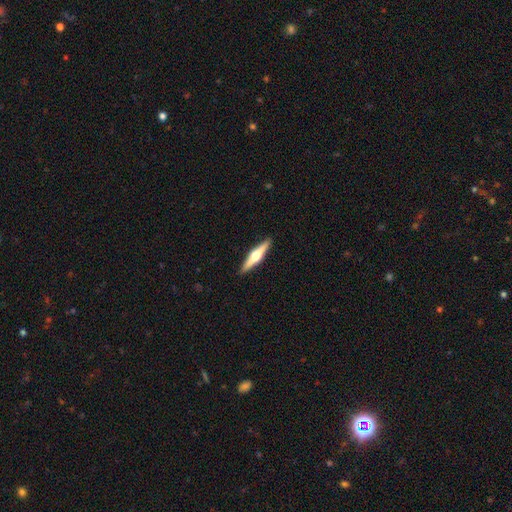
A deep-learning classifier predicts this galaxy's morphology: A featured or disk galaxy (67%) viewed edge-on (98%) with a rounded central bulge (92%).

Vote fractions:
- Smooth or featured? featured or disk: 67% / smooth: 28% / star or artifact: 5%
- Edge-on disk? yes: 98% / no: 2%
- Edge-on bulge? rounded: 92% / boxy: 5% / none: 3%
- Merging? none: 91% / minor disturbance: 6% / major disturbance: 1% / merger: 1%